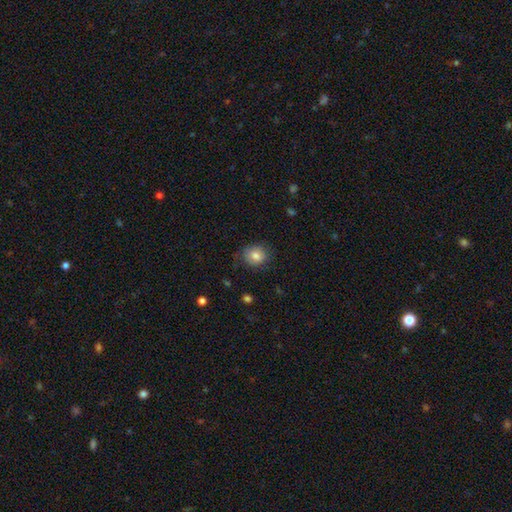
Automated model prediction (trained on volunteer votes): smooth-or-featured: smooth: 81% | featured or disk: 10% | star or artifact: 9%
  how-rounded: round: 66% | in between: 33% | cigar-shaped: 1%
  merging: none: 76% | minor disturbance: 18% | major disturbance: 5% | merger: 1%